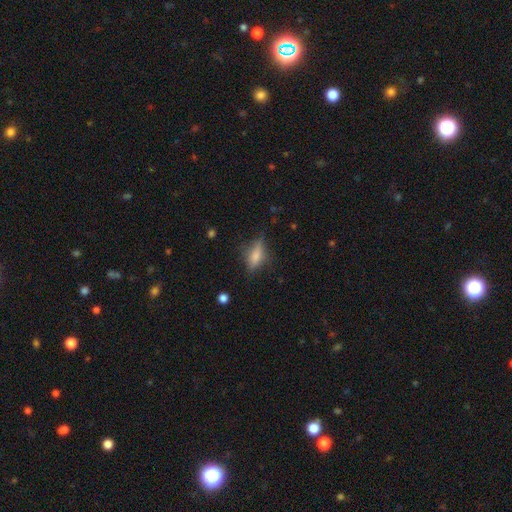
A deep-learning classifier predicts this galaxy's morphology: Smooth or featured? smooth (58%)
How rounded? in between (61%)
Merging? none (71%)